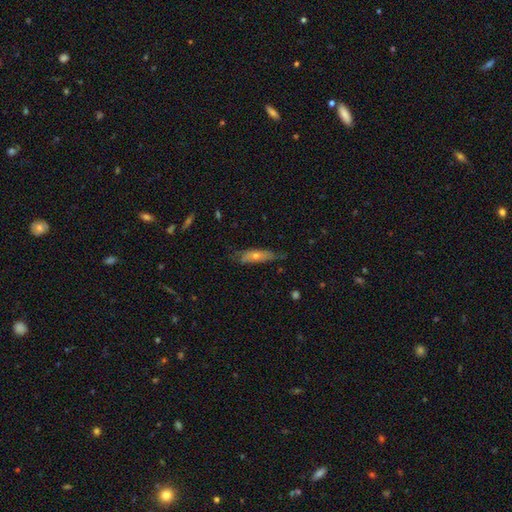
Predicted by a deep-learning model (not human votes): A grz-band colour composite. It shows a smooth galaxy with no disk features (57%) that is cigar-shaped (56%). Merging: none (59%).